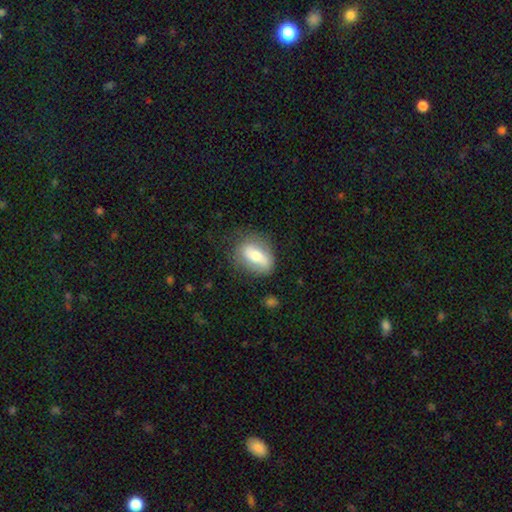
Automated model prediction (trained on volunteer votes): Morphology: type=smooth (55%); roundness=in between (79%); merging=none (71%).